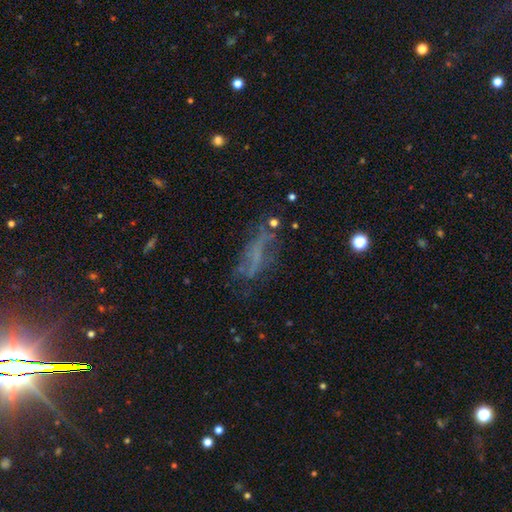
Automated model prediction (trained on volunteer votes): smooth-or-featured: featured or disk: 53% | smooth: 28% | star or artifact: 19%
  disk-edge-on: no: 82% | yes: 18%
  merging: none: 48% | major disturbance: 24% | minor disturbance: 22% | merger: 6%